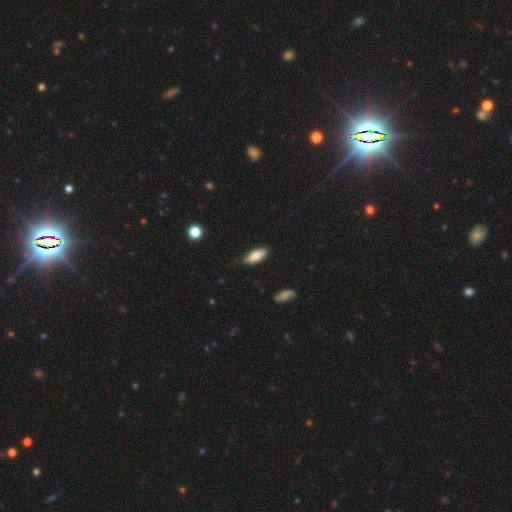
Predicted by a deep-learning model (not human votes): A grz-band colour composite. It shows a smooth galaxy with no disk features (83%) that is in between round and cigar-shaped (86%). Merging: none (67%).